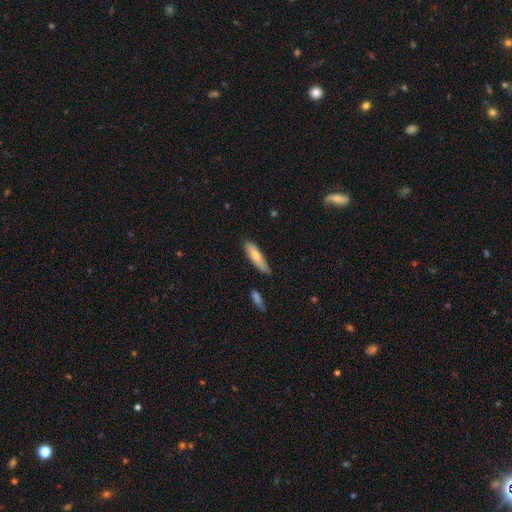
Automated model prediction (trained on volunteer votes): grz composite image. It shows a smooth galaxy with no disk features (73%) that is cigar-shaped (69%). Merging: none (77%).